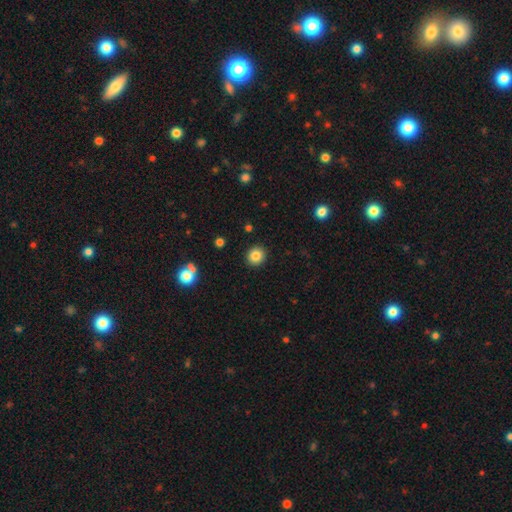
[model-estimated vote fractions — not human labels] Smooth or featured?
  - smooth: 83% *
  - star or artifact: 11%
  - featured or disk: 6%
How rounded?
  - round: 88% *
  - in between: 11%
  - cigar-shaped: 1%
Merging?
  - none: 92% *
  - minor disturbance: 5%
  - major disturbance: 2%
  - merger: 1%